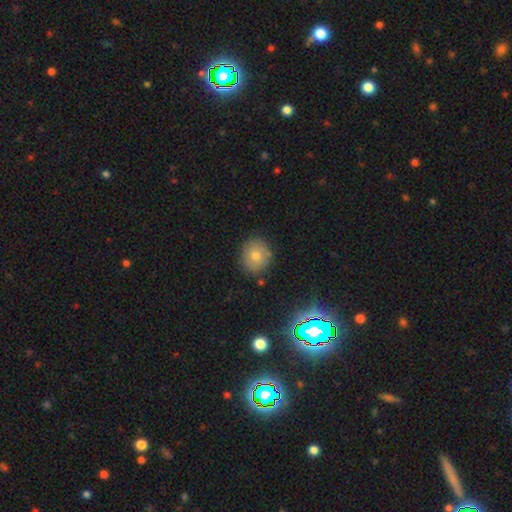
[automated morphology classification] This appears to be a smooth galaxy with no disk features (65%) that is round (82%). Merging: none (85%).